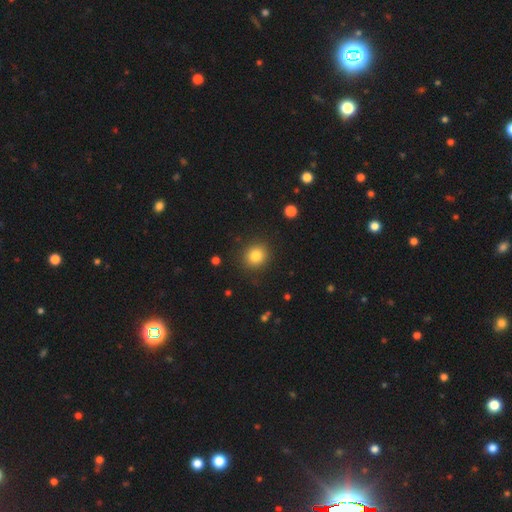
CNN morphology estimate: smooth 83%, star or artifact 11%, featured or disk 6%. Down the decision tree: how rounded — round (84%); merging — none (89%).